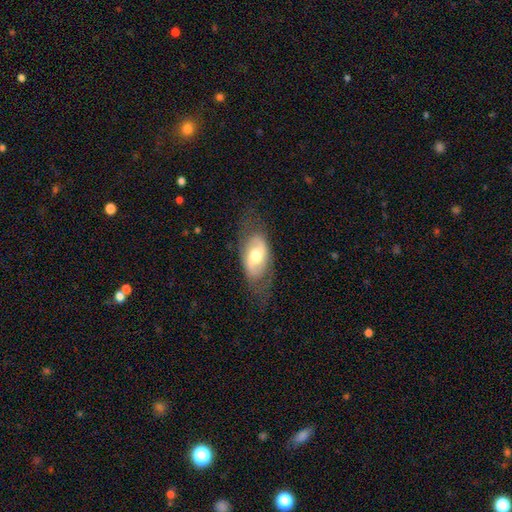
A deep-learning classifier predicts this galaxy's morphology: smooth-or-featured: featured or disk: 58% | smooth: 36% | star or artifact: 6%
  disk-edge-on: no: 90% | yes: 10%
    bar: no: 48% | weak: 36% | strong: 17%
    has-spiral-arms: yes: 61% | no: 39%
    bulge-size: moderate: 69% | large: 15% | small: 13% | dominant: 1% | none: 1%
  merging: none: 67% | minor disturbance: 19% | major disturbance: 12% | merger: 1%